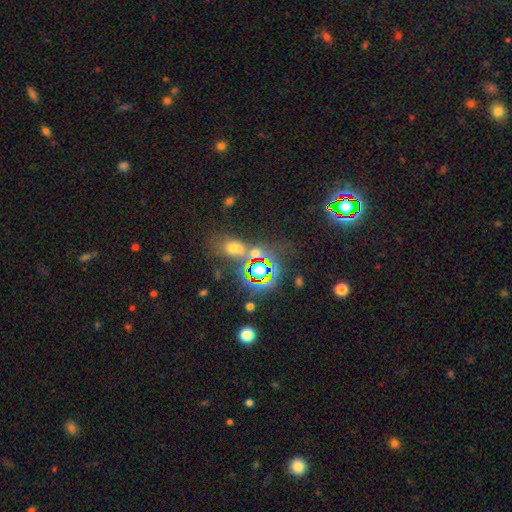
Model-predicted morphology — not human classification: type=star or artifact (56%).